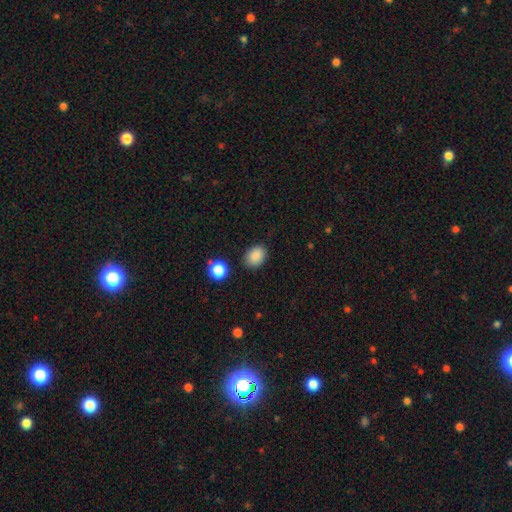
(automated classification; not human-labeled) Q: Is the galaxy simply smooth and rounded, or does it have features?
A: smooth — 87%.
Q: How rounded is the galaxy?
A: in between — 69%.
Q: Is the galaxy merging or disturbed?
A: none — 84%.